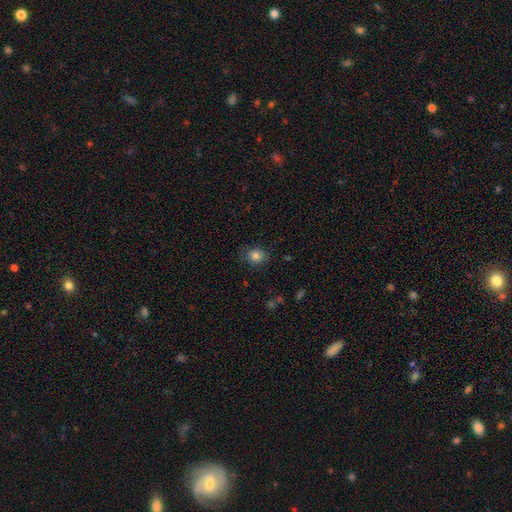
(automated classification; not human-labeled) Smooth or featured: smooth — 83% (star or artifact — 10%)
How rounded: round — 63% (in between — 36%)
Merging: none — 78% (minor disturbance — 16%)